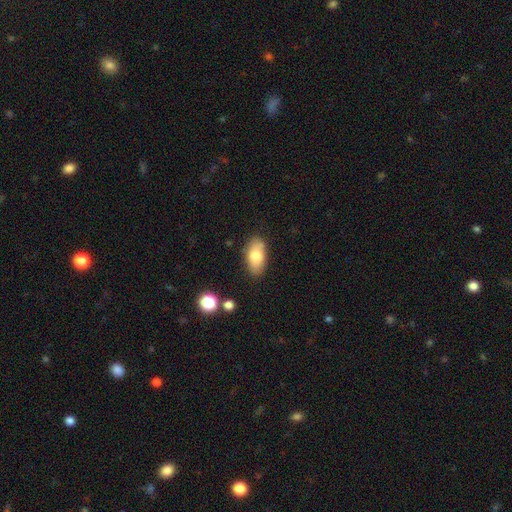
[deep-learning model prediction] Q: Smooth or featured?
A: smooth (78%); runner-up: featured or disk (15%)
Q: How rounded?
A: in between (93%); runner-up: round (4%)
Q: Merging?
A: none (74%); runner-up: minor disturbance (19%)